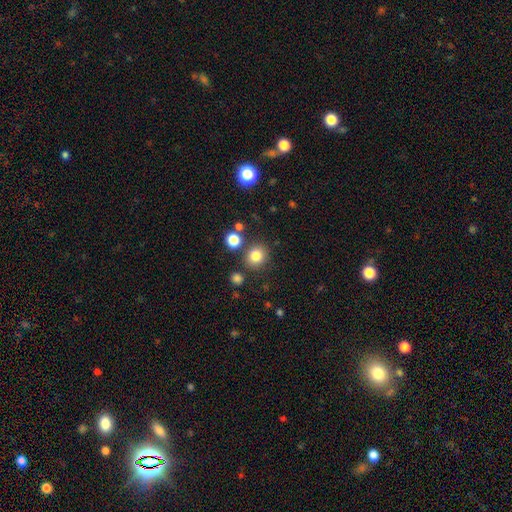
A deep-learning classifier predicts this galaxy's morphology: This is clearly a smooth galaxy (82%). How rounded: clearly round (84%). Merging: clearly none (81%).